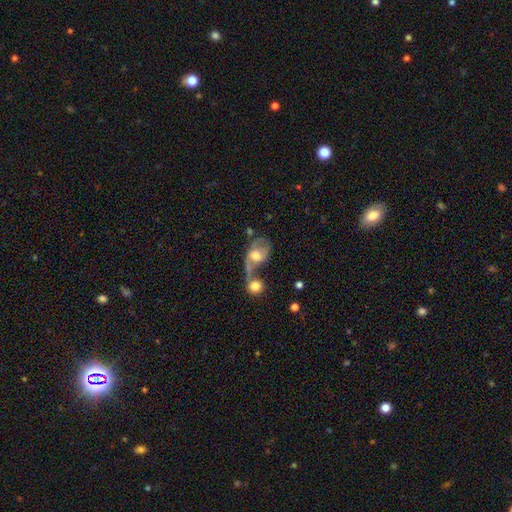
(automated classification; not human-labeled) smooth 47%, featured or disk 45%, star or artifact 8%. Down the decision tree: merging — merger (55%).